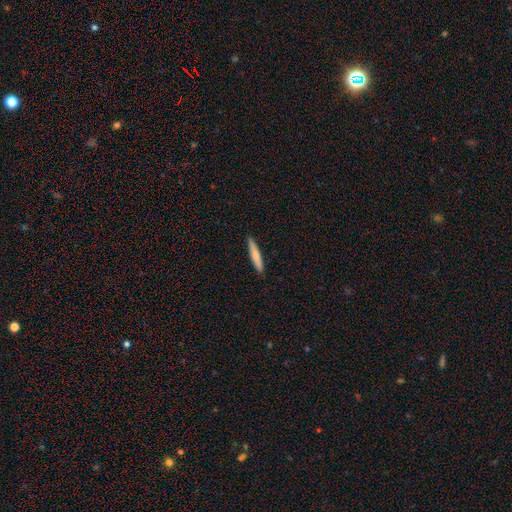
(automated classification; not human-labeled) smooth-or-featured: smooth: 70% | featured or disk: 25% | star or artifact: 5%
  how-rounded: cigar-shaped: 93% | in between: 5% | round: 1%
  merging: none: 91% | minor disturbance: 6% | major disturbance: 1% | merger: 1%